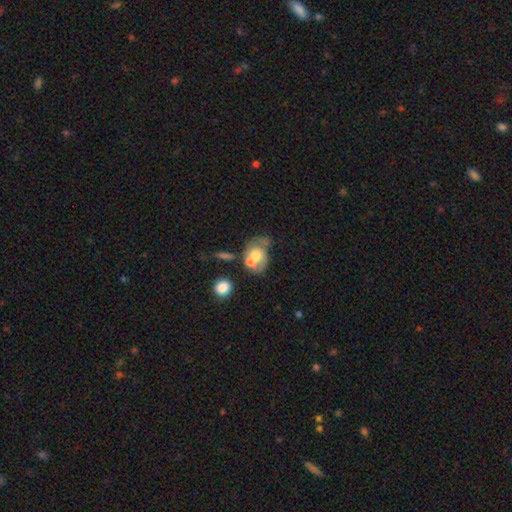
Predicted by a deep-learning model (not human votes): This is possibly a smooth galaxy (47%). Merging: marginally merger (42%).